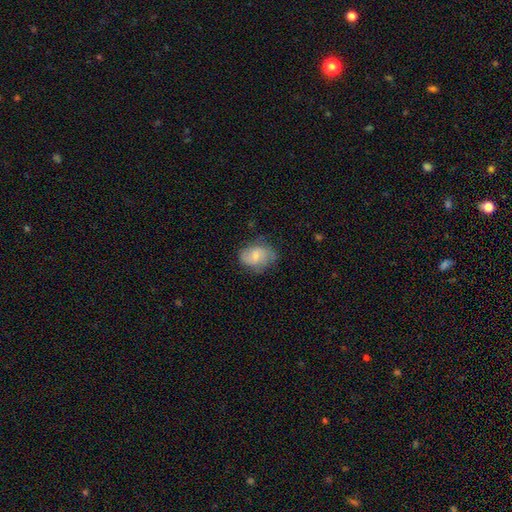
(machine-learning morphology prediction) A smooth galaxy with no disk features (55%) that is in between round and cigar-shaped (66%). Merging: none (64%).